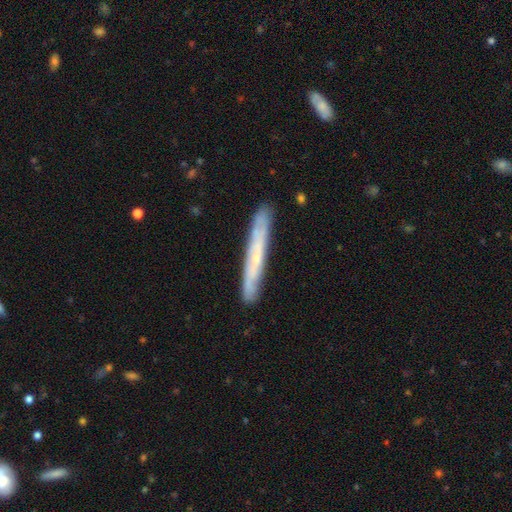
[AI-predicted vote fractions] Smooth or featured? featured or disk (57%)
Edge-on disk? yes (79%)
Merging? none (86%)